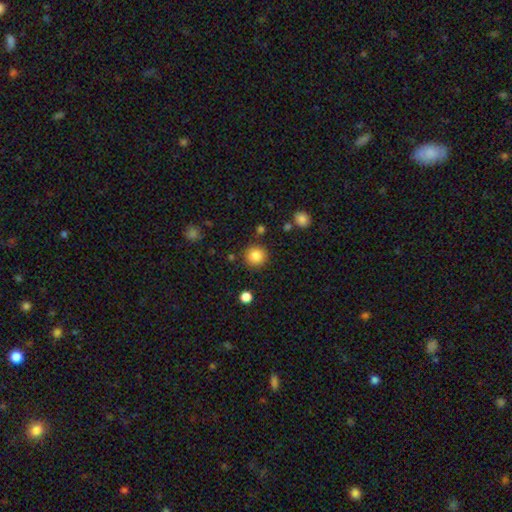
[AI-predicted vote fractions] A smooth galaxy with no disk features (84%) that is round (94%).

Vote fractions:
- Smooth or featured? smooth: 84% / star or artifact: 10% / featured or disk: 5%
- How rounded? round: 94% / in between: 5% / cigar-shaped: 1%
- Merging? none: 87% / minor disturbance: 7% / merger: 3% / major disturbance: 3%